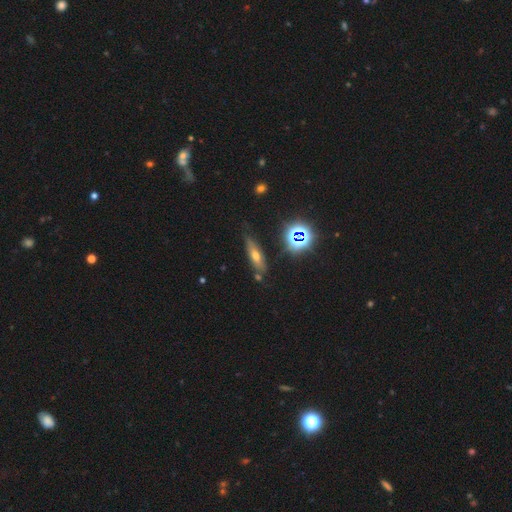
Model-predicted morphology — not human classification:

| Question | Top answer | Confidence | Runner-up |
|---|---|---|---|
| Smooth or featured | smooth | 47% | featured or disk (30%) |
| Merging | none | 68% | minor disturbance (20%) |